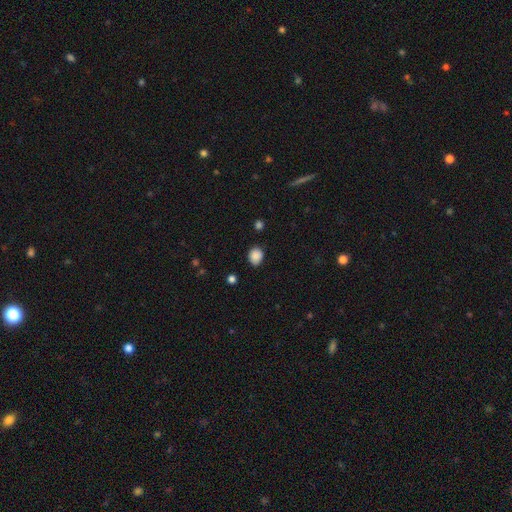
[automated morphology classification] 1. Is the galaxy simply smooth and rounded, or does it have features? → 87% smooth, 9% star or artifact, 3% featured or disk.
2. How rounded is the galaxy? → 55% round, 45% in between, 1% cigar-shaped.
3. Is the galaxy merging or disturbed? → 81% none, 14% minor disturbance, 3% major disturbance, 2% merger.